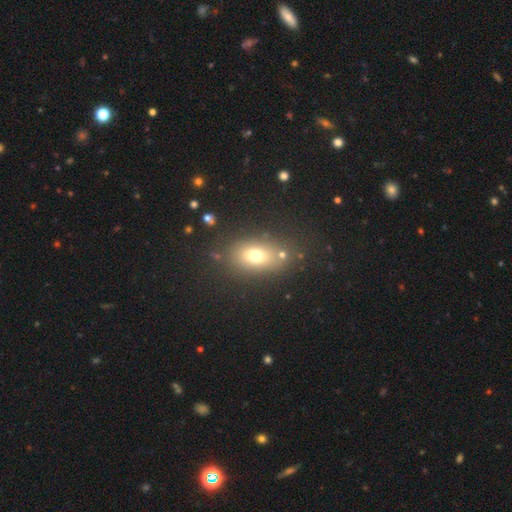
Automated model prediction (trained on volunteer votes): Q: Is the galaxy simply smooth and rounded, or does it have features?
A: smooth — 69%.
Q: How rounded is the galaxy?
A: in between — 70%.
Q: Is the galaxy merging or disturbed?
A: none — 75%.